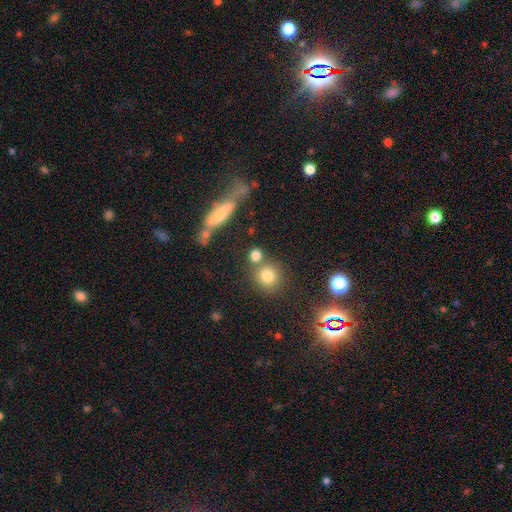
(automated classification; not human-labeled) The model was most divided on "merging": none: 63%, merger: 23%, minor disturbance: 9%, major disturbance: 4%. More confident: how rounded — round (81%); smooth or featured — smooth (78%).